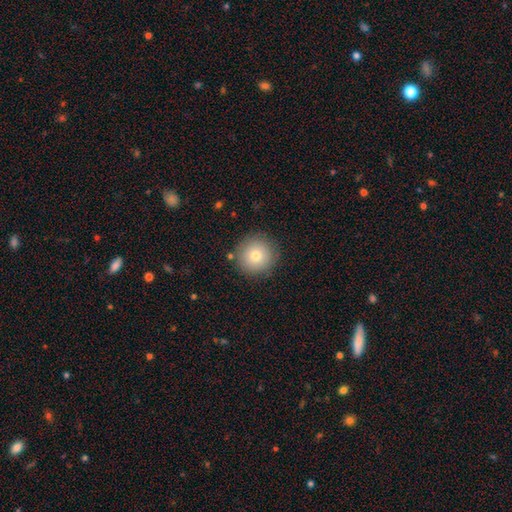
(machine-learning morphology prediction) The model was most divided on "smooth or featured": smooth: 77%, featured or disk: 12%, star or artifact: 11%. More confident: how rounded — round (96%); merging — none (87%).